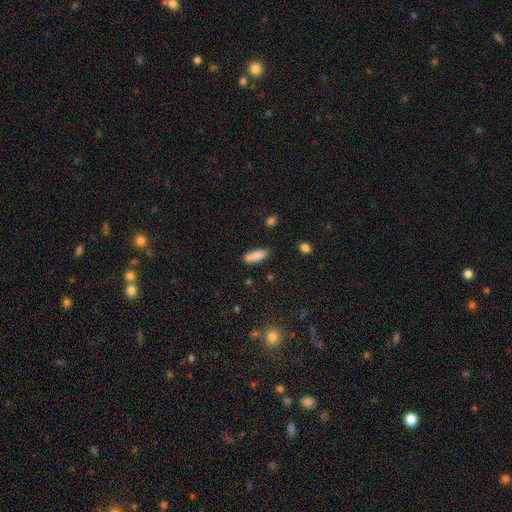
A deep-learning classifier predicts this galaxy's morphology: smooth-or-featured: smooth: 85% | featured or disk: 8% | star or artifact: 7%
  how-rounded: in between: 74% | cigar-shaped: 24% | round: 2%
  merging: none: 71% | minor disturbance: 18% | merger: 7% | major disturbance: 4%